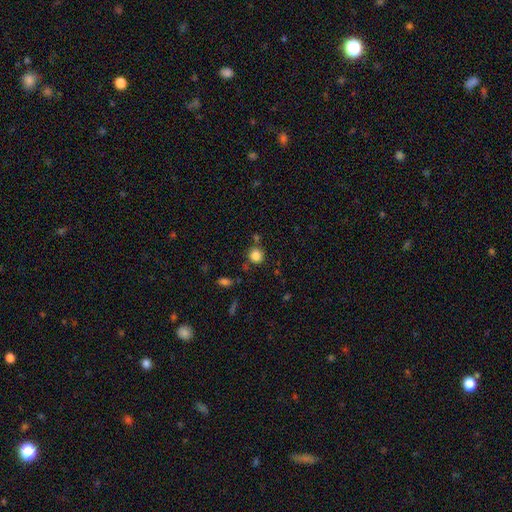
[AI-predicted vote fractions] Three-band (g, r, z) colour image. It shows a smooth galaxy with no disk features (84%) that is round (91%). Merging: none (78%).